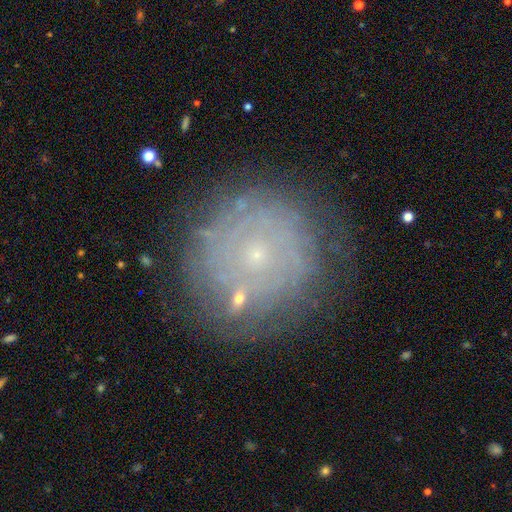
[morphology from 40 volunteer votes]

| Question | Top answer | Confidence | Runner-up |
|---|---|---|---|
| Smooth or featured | featured or disk | 82% | smooth (10%) |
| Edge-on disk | no | 100% | — |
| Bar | no | 91% | weak (6%) |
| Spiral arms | yes | 82% | no (18%) |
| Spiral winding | tight | 93% | medium (4%) |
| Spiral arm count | can't tell | 74% | 2 (15%) |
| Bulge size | small | 91% | moderate (6%) |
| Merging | none | 84% | minor disturbance (16%) |